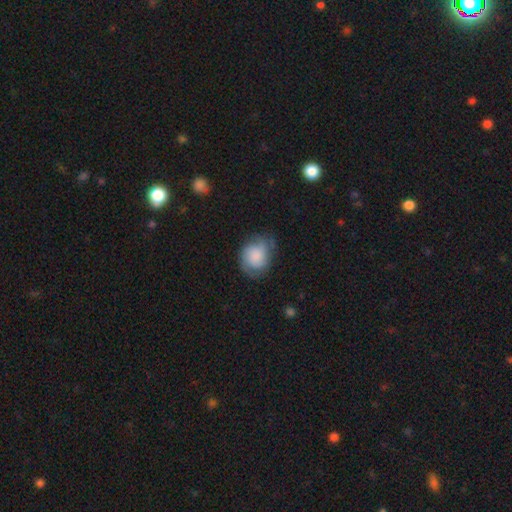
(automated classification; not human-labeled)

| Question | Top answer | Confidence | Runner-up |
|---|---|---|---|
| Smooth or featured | smooth | 57% | featured or disk (34%) |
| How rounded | round | 60% | in between (39%) |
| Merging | none | 60% | minor disturbance (28%) |